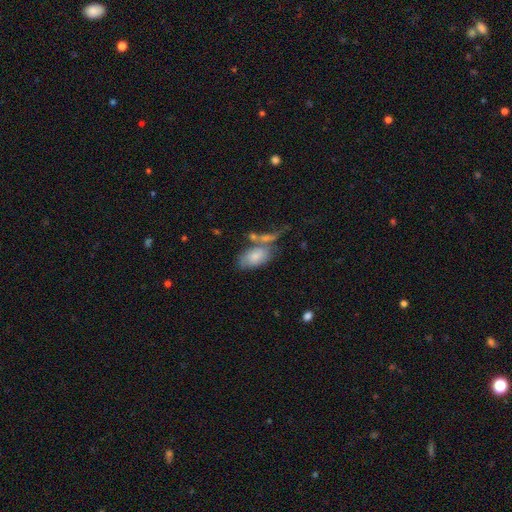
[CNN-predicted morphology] Smooth or featured?
  - smooth: 74% *
  - featured or disk: 18%
  - star or artifact: 7%
How rounded?
  - in between: 92% *
  - round: 5%
  - cigar-shaped: 3%
Merging?
  - none: 39% *
  - merger: 29%
  - minor disturbance: 19%
  - major disturbance: 13%